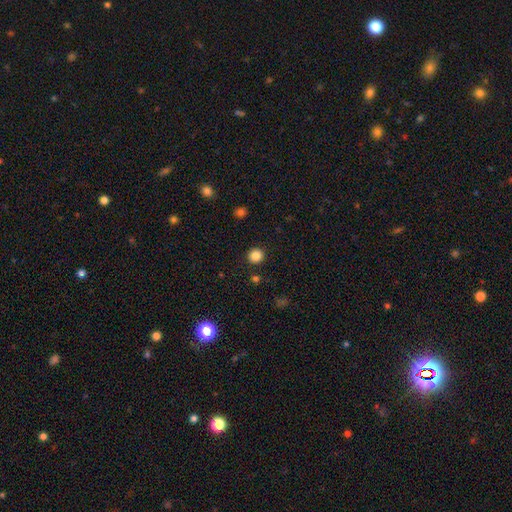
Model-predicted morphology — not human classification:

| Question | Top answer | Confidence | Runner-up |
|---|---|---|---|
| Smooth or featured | smooth | 85% | star or artifact (11%) |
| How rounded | round | 92% | in between (7%) |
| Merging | none | 91% | minor disturbance (5%) |